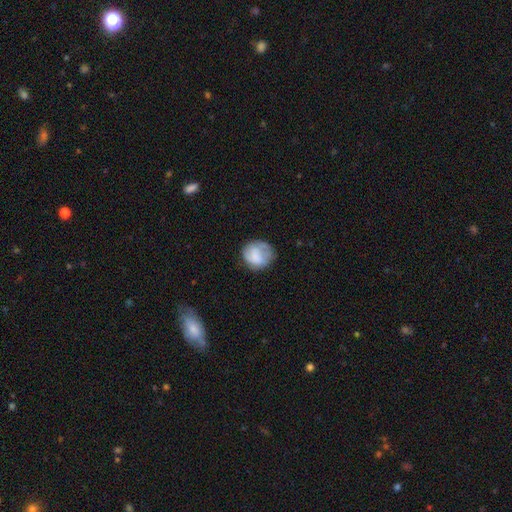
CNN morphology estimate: type=smooth (69%); roundness=round (74%); merging=none (58%).